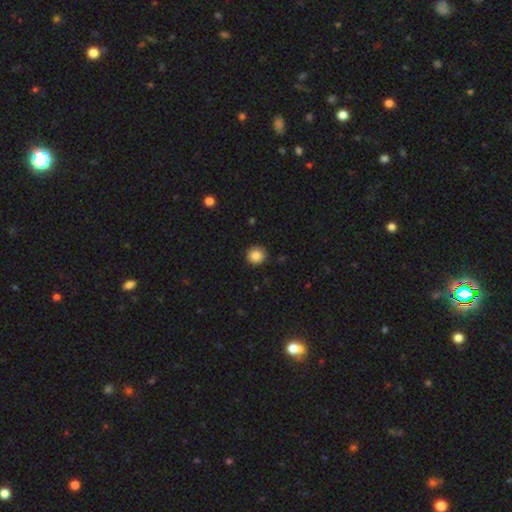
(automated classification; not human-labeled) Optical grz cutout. It shows a smooth galaxy with no disk features (86%) that is round (91%). Merging: none (90%).